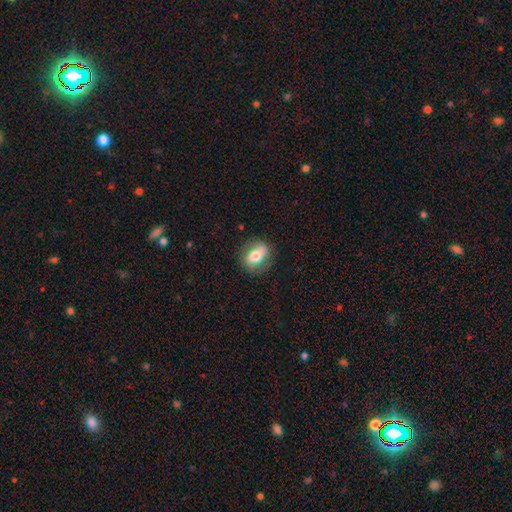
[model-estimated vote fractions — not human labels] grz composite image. It shows a smooth galaxy with no disk features (56%) that is in between round and cigar-shaped (64%). Merging: none (77%).